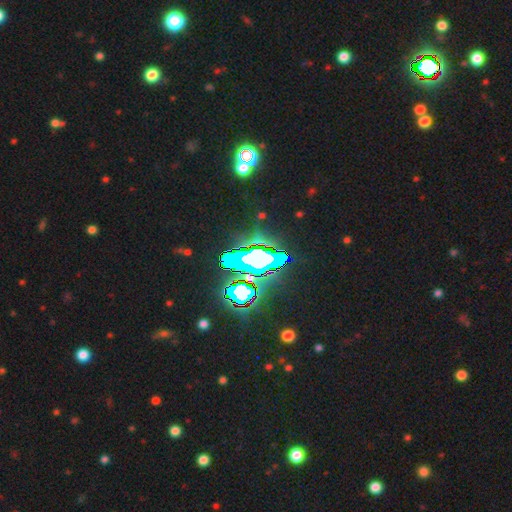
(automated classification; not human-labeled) Morphology: type=star or artifact (72%).